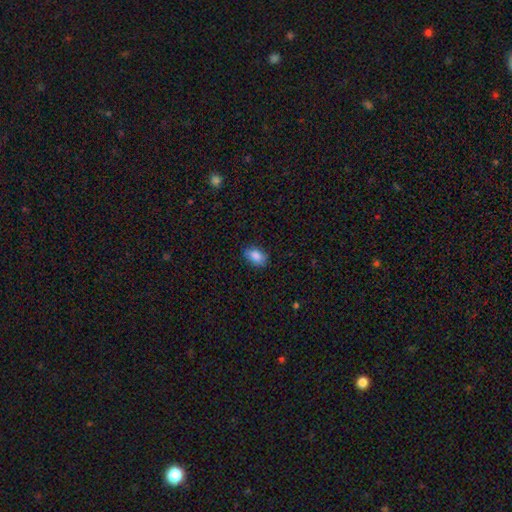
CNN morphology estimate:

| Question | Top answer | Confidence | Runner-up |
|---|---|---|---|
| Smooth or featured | smooth | 86% | star or artifact (8%) |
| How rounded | in between | 86% | round (12%) |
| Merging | none | 81% | minor disturbance (15%) |